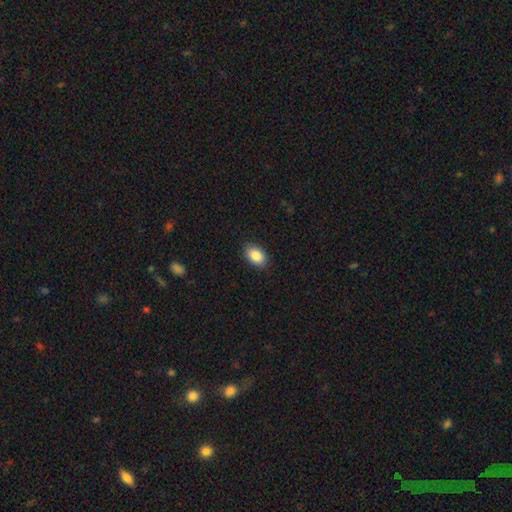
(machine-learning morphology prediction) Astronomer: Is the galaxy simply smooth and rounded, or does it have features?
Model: smooth — 87%.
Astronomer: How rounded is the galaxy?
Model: in between — 90%.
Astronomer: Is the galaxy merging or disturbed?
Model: none — 88%.